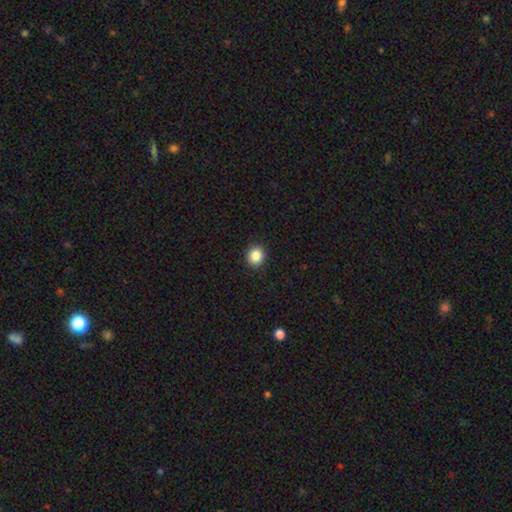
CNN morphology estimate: smooth_or_featured: smooth (p=0.86) [alt: star or artifact p=0.10]
how_rounded: round (p=0.83) [alt: in between p=0.16]
merging: none (p=0.92) [alt: minor disturbance p=0.06]